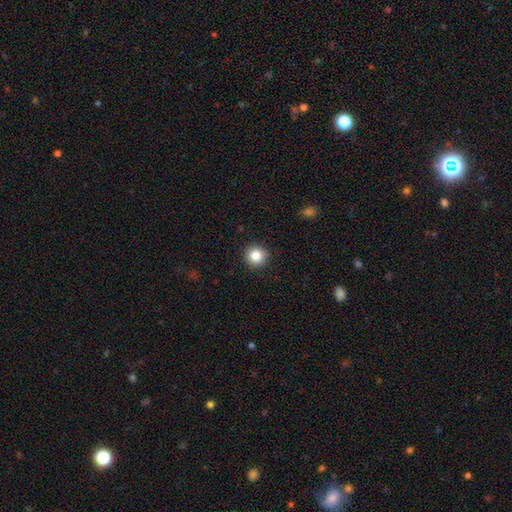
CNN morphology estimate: This is clearly a smooth galaxy (84%). How rounded: clearly round (93%). Merging: clearly none (92%).